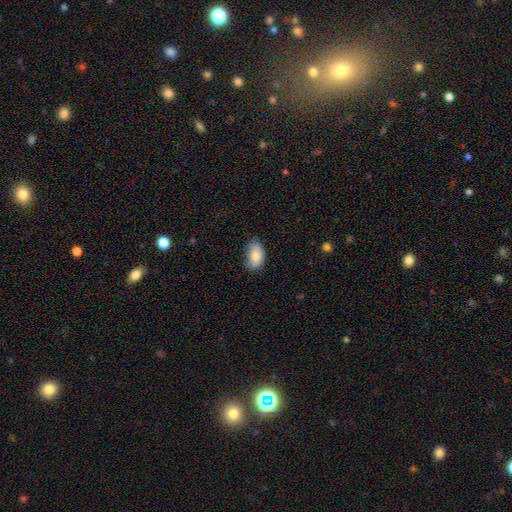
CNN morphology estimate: Q: Smooth or featured?
A: smooth (85%); runner-up: featured or disk (9%)
Q: How rounded?
A: in between (93%); runner-up: round (5%)
Q: Merging?
A: none (67%); runner-up: minor disturbance (28%)